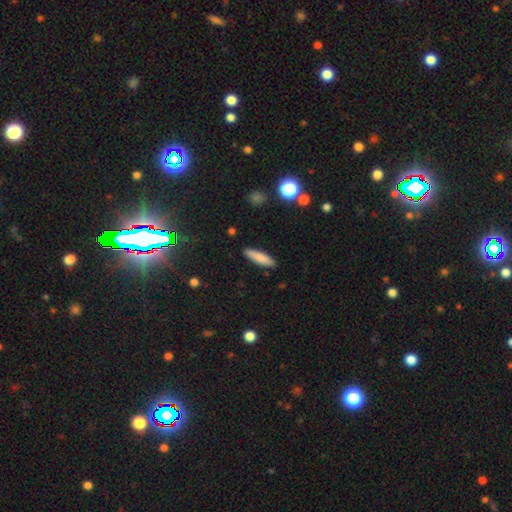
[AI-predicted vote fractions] A smooth galaxy with no disk features (81%) that is cigar-shaped (79%). Merging: none (89%).